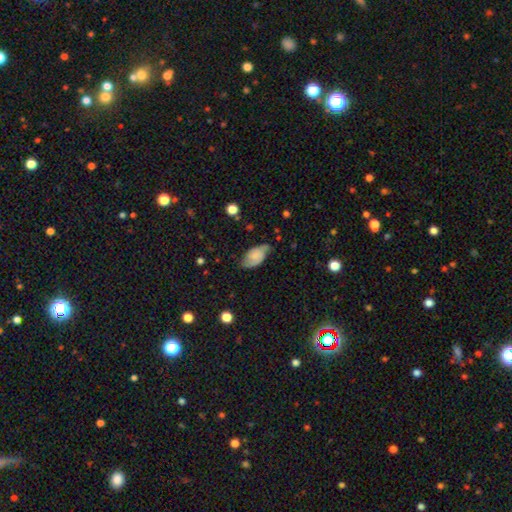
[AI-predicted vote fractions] The model was most divided on "smooth or featured": featured or disk: 51%, smooth: 40%, star or artifact: 8%. More confident: edge-on disk — no (95%); merging — none (64%).